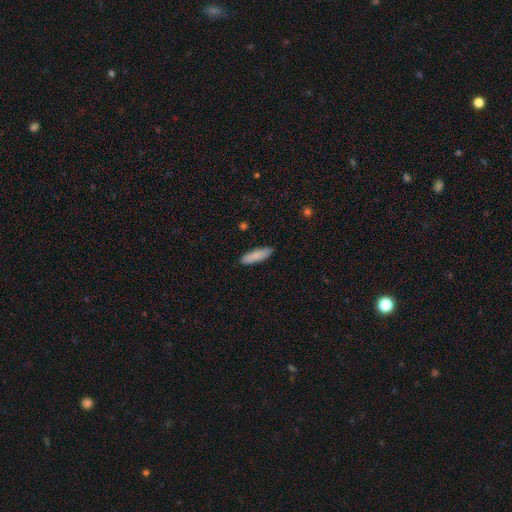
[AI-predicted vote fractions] smooth-or-featured: smooth: 86% | featured or disk: 8% | star or artifact: 6%
  how-rounded: cigar-shaped: 58% | in between: 41% | round: 2%
  merging: none: 89% | minor disturbance: 9% | major disturbance: 2% | merger: 1%